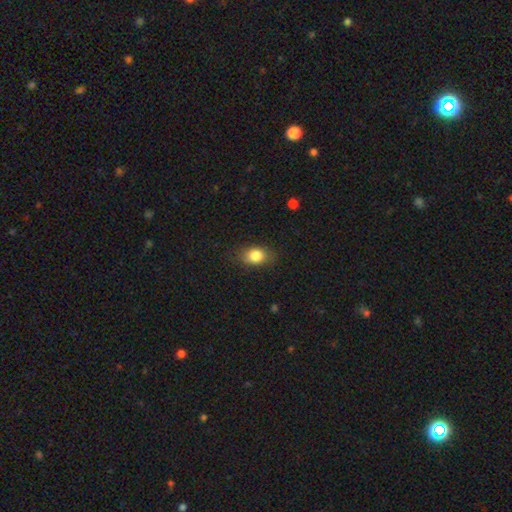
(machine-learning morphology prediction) type=smooth (84%); roundness=in between (74%); merging=none (81%).